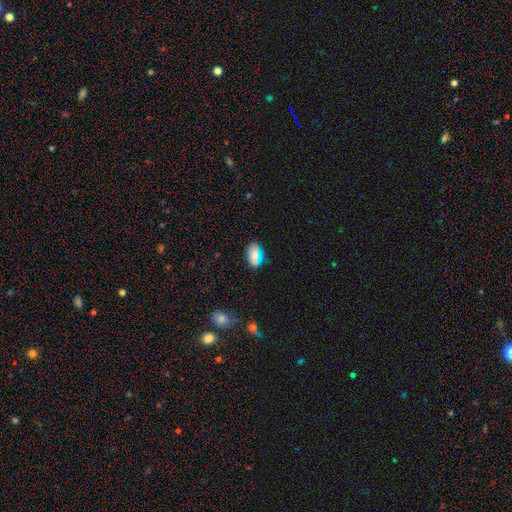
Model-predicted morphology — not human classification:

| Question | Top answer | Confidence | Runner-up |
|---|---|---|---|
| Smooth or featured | smooth | 72% | star or artifact (18%) |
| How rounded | in between | 88% | round (8%) |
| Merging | none | 79% | minor disturbance (15%) |